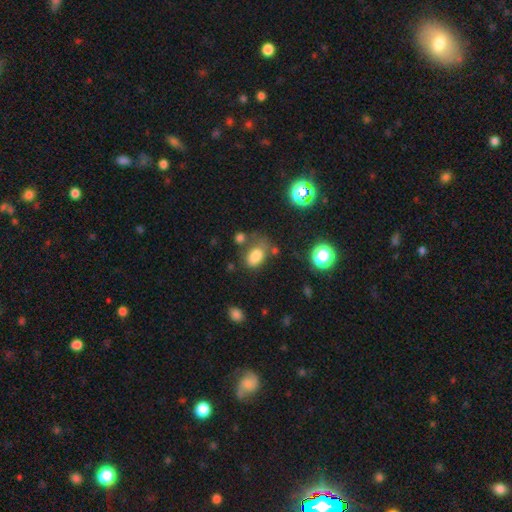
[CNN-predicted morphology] A smooth galaxy with no disk features (78%) that is in between round and cigar-shaped (81%). Merging: none (52%).